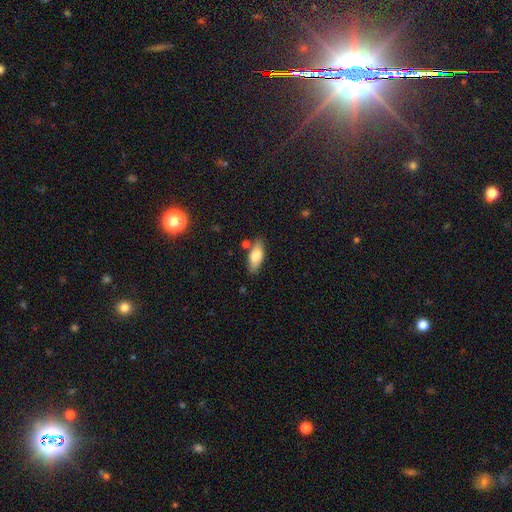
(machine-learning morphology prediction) Smooth or featured? Predicted: smooth (p=0.75). How rounded? Predicted: in between (p=0.77). Merging? Predicted: none (p=0.78).